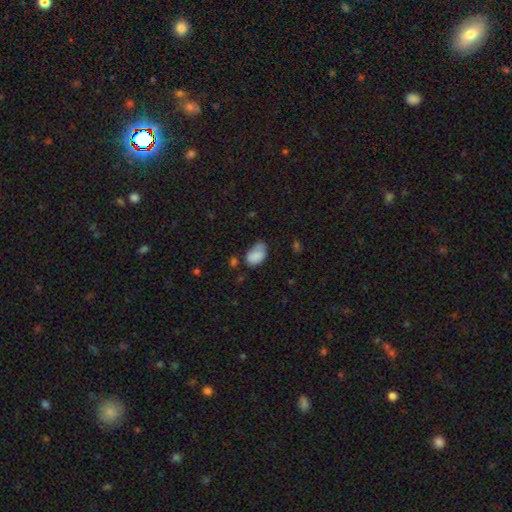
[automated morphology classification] smooth_or_featured: smooth (p=0.82) [alt: featured or disk p=0.09]
how_rounded: in between (p=0.88) [alt: round p=0.11]
merging: none (p=0.41) [alt: minor disturbance p=0.40]